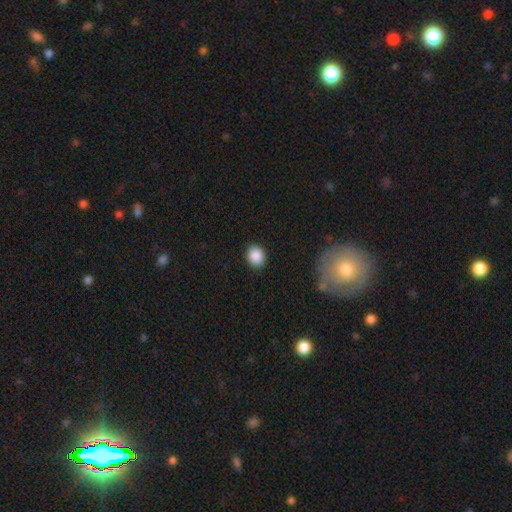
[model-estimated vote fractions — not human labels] Smooth or featured: smooth — 88% (star or artifact — 8%)
How rounded: round — 70% (in between — 29%)
Merging: none — 89% (minor disturbance — 7%)